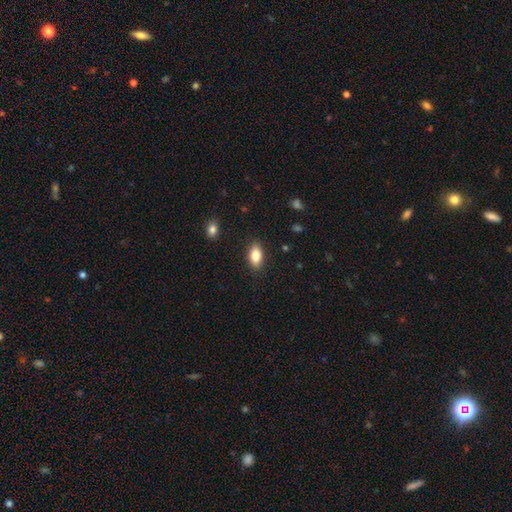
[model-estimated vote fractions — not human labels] Q: Smooth or featured?
A: smooth (83%); runner-up: featured or disk (10%)
Q: How rounded?
A: in between (90%); runner-up: cigar-shaped (5%)
Q: Merging?
A: none (88%); runner-up: minor disturbance (9%)